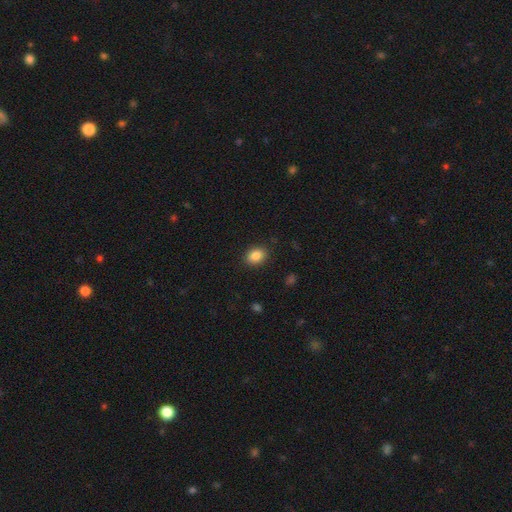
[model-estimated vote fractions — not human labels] A smooth galaxy with no disk features (86%) that is in between round and cigar-shaped (63%).

Vote fractions:
- Smooth or featured? smooth: 86% / star or artifact: 9% / featured or disk: 5%
- How rounded? in between: 63% / round: 36% / cigar-shaped: 1%
- Merging? none: 89% / minor disturbance: 8% / major disturbance: 2% / merger: 1%